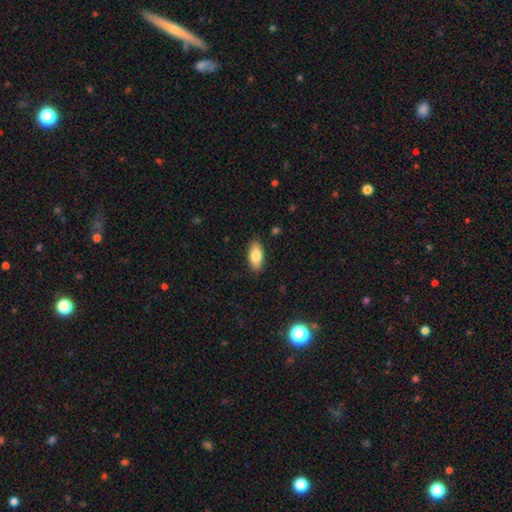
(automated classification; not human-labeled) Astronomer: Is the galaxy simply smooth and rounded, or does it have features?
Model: smooth — 83%.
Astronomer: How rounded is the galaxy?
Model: in between — 90%.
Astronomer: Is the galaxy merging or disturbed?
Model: none — 88%.